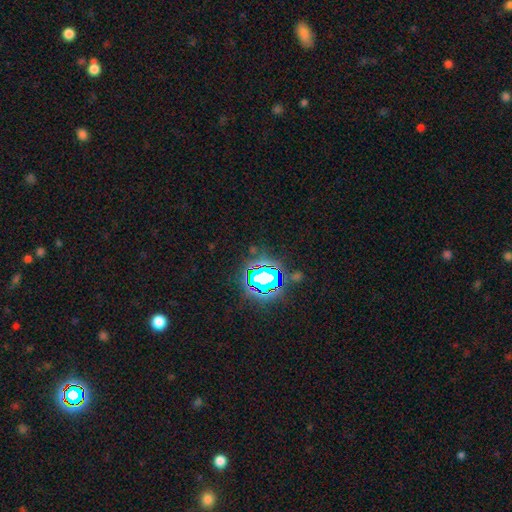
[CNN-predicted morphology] Smooth or featured: star or artifact — 81% (smooth — 12%)